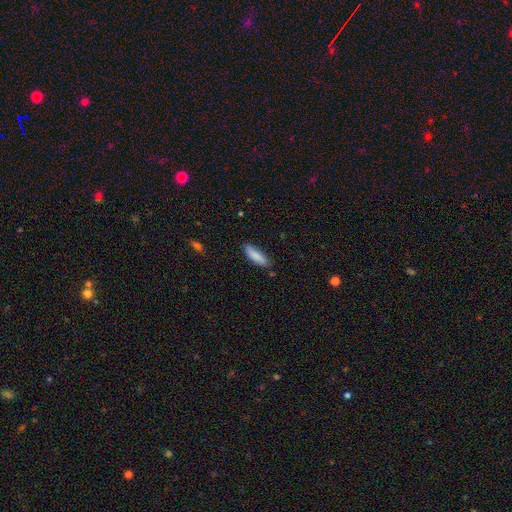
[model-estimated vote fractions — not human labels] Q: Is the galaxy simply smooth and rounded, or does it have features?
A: smooth — 87%.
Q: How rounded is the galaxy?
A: in between — 51%.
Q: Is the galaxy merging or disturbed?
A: none — 80%.